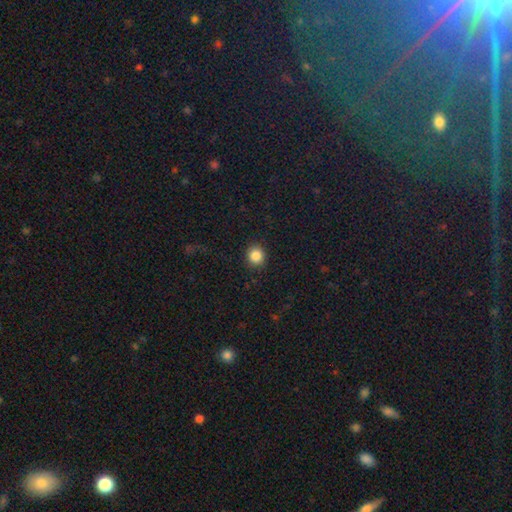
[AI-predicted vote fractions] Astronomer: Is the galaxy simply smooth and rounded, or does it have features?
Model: smooth — 86%.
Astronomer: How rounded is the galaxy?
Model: round — 86%.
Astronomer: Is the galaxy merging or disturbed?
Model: none — 90%.